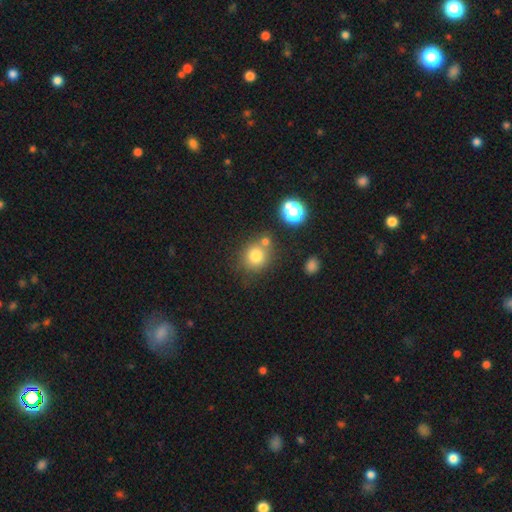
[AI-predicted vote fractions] Overall: smooth (78%). How rounded: round (83%). Merging: none (62%; merger 23%).